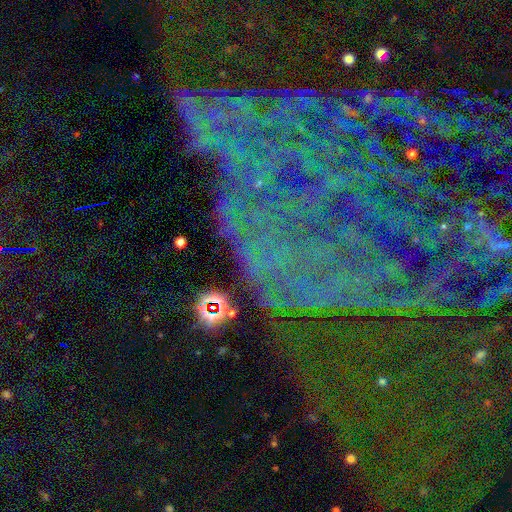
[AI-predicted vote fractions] star or artifact 68%, featured or disk 20%, smooth 12%.